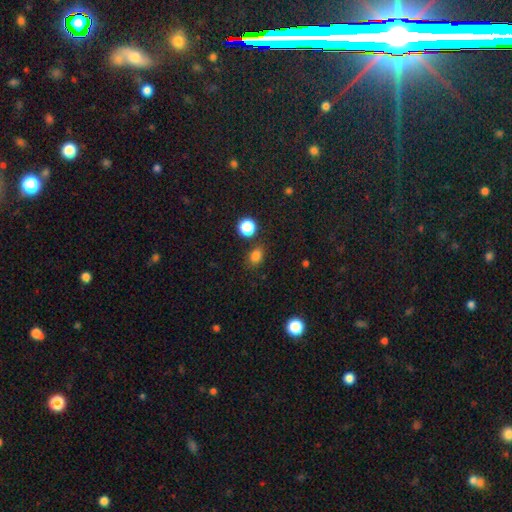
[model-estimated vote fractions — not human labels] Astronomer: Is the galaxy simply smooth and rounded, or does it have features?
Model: smooth — 81%.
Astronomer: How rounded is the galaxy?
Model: in between — 53% (runner-up: round, 45%).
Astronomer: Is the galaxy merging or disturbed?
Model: none — 78%.